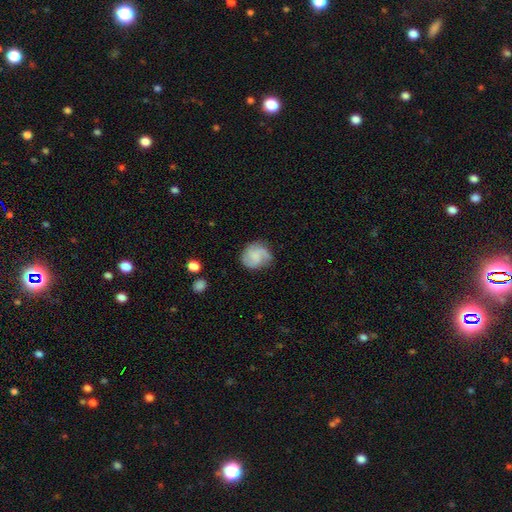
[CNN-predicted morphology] Smooth or featured? featured or disk (56%)
Edge-on disk? no (98%)
Bar? no (62%)
Spiral arms? yes (92%)
Spiral winding? medium (46%)
Spiral arm count? 2 (43%)
Bulge size? none (47%)
Merging? none (68%)